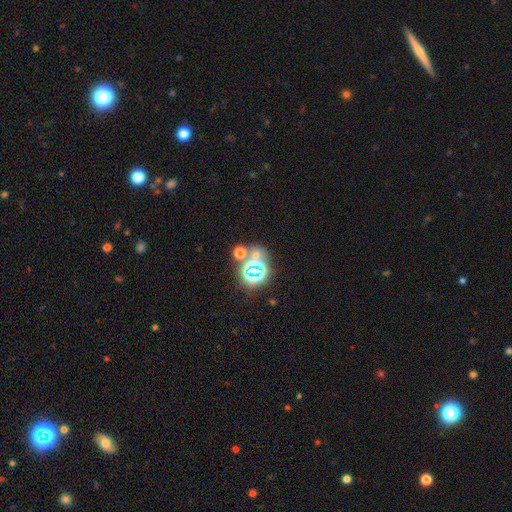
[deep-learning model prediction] Overall: star or artifact (52%; smooth 37%).